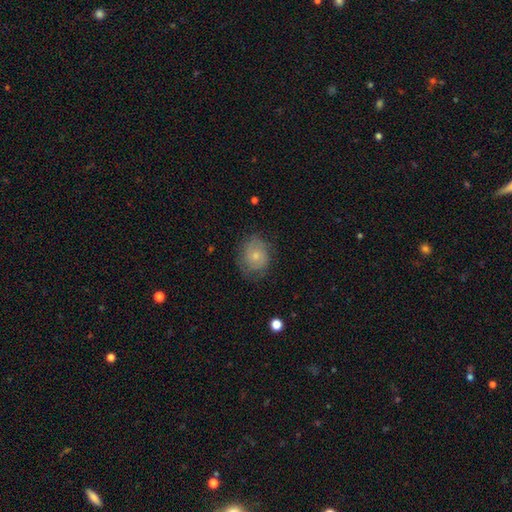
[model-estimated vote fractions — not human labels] smooth 56%, featured or disk 36%, star or artifact 8%. Down the decision tree: how rounded — round (65%); merging — none (66%).